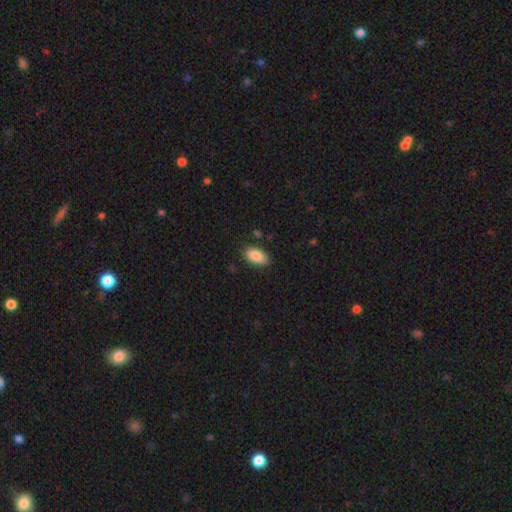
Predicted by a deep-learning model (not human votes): A smooth galaxy with no disk features (89%) that is in between round and cigar-shaped (94%). Merging: none (82%).